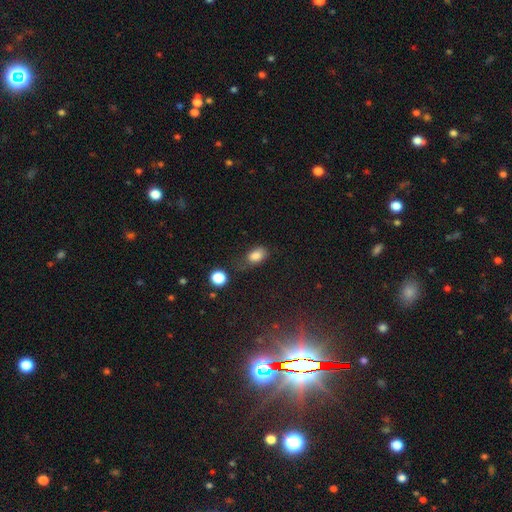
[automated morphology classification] Smooth or featured: smooth — 82% (star or artifact — 10%)
How rounded: in between — 84% (round — 14%)
Merging: none — 49% (minor disturbance — 31%)